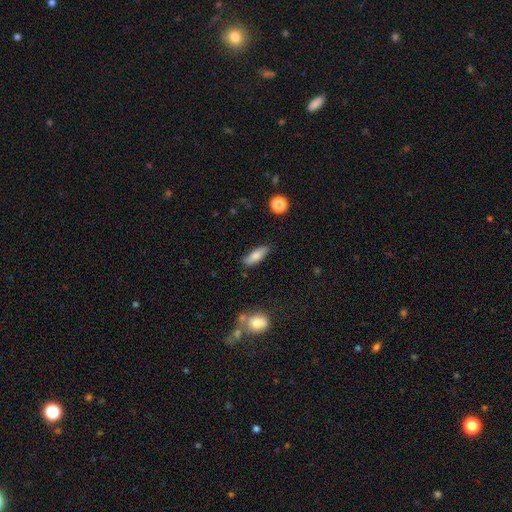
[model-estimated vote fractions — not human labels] smooth_or_featured: smooth (p=0.80) [alt: featured or disk p=0.13]
how_rounded: in between (p=0.62) [alt: cigar-shaped p=0.36]
merging: none (p=0.80) [alt: minor disturbance p=0.15]